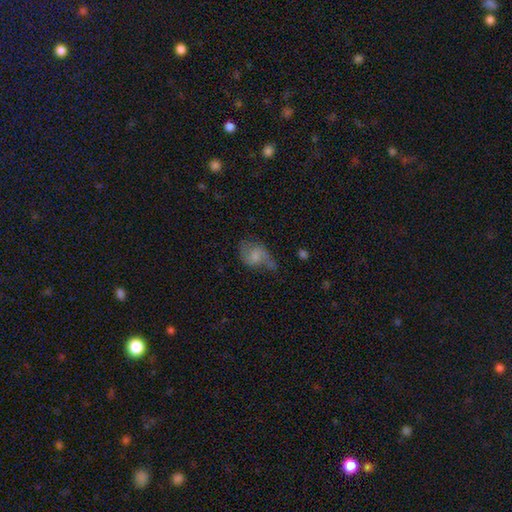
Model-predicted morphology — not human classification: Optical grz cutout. It shows a featured or disk galaxy (49%). Merging: none (37%).